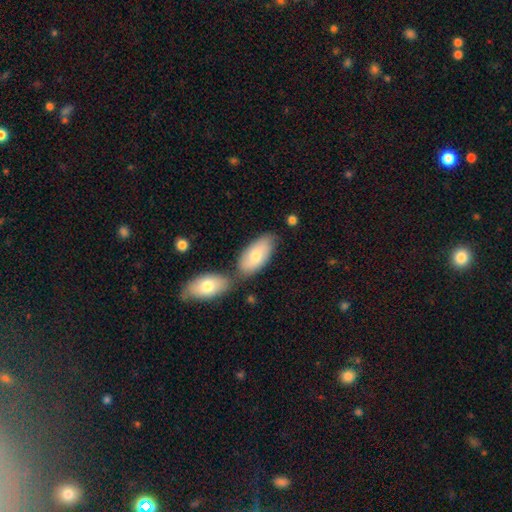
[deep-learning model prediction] Q: Smooth or featured?
A: smooth (73%); runner-up: featured or disk (21%)
Q: How rounded?
A: in between (92%); runner-up: cigar-shaped (5%)
Q: Merging?
A: none (54%); runner-up: merger (28%)